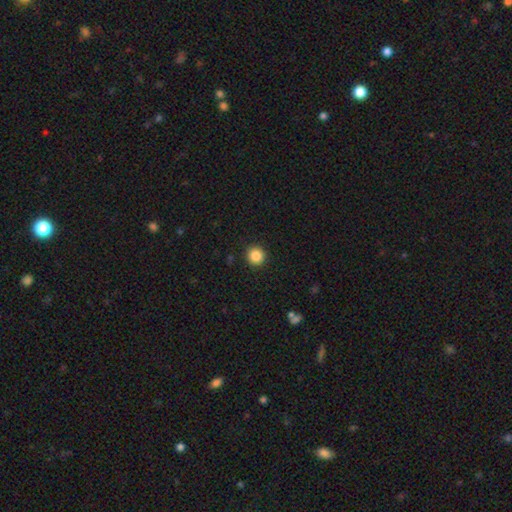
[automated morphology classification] This appears to be a smooth galaxy with no disk features (86%) that is round (95%). Merging: none (93%).